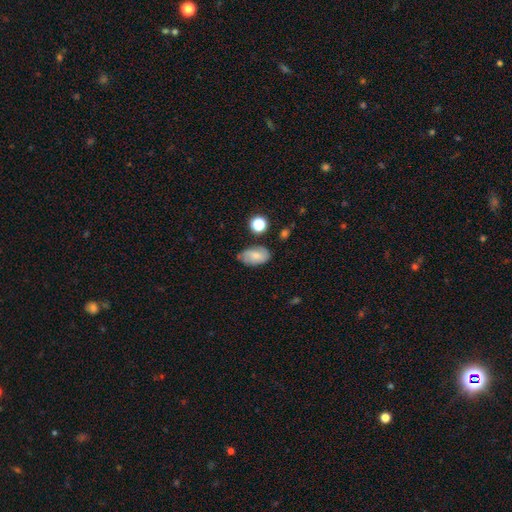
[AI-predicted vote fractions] Q: Smooth or featured?
A: smooth (62%); runner-up: featured or disk (28%)
Q: How rounded?
A: in between (88%); runner-up: round (10%)
Q: Merging?
A: none (67%); runner-up: minor disturbance (23%)